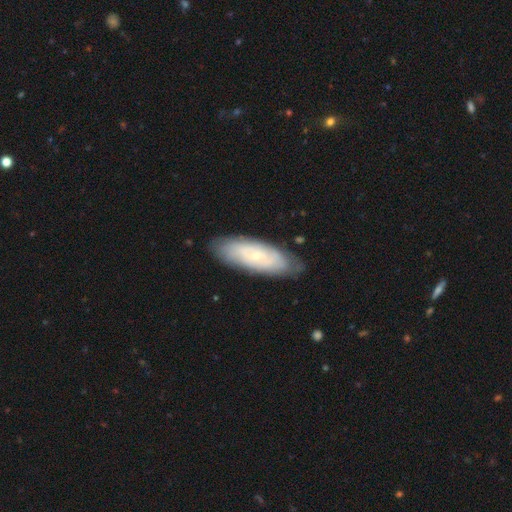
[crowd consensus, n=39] Smooth or featured?
  - featured or disk: 62% *
  - smooth: 36%
  - star or artifact: 3%
Edge-on disk?
  - no: 88% *
  - yes: 12%
Bar?
  - no: 100% *
  - strong: 0%
  - weak: 0%
Spiral arms?
  - yes: 76% *
  - no: 24%
Spiral winding?
  - tight: 88% *
  - medium: 12%
  - loose: 0%
Spiral arm count?
  - can't tell: 94% *
  - 1: 6%
  - 2: 0%
  - 3: 0%
  - 4: 0%
  - more than 4: 0%
Bulge size?
  - small: 90% *
  - large: 5%
  - moderate: 5%
  - dominant: 0%
  - none: 0%
Merging?
  - none: 87% *
  - minor disturbance: 13%
  - major disturbance: 0%
  - merger: 0%